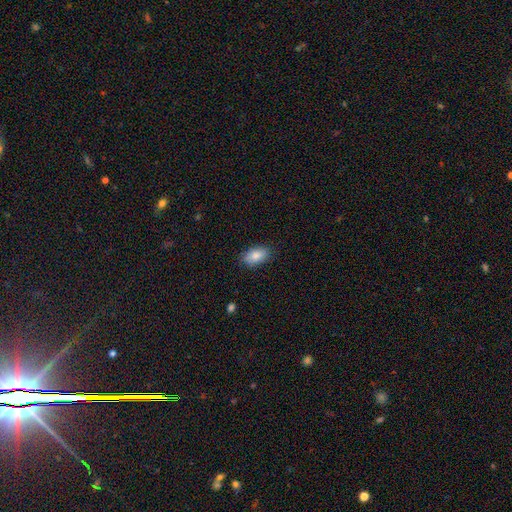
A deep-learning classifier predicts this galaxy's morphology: Smooth or featured: smooth — 84% (featured or disk — 8%)
How rounded: in between — 92% (round — 5%)
Merging: none — 86% (minor disturbance — 10%)